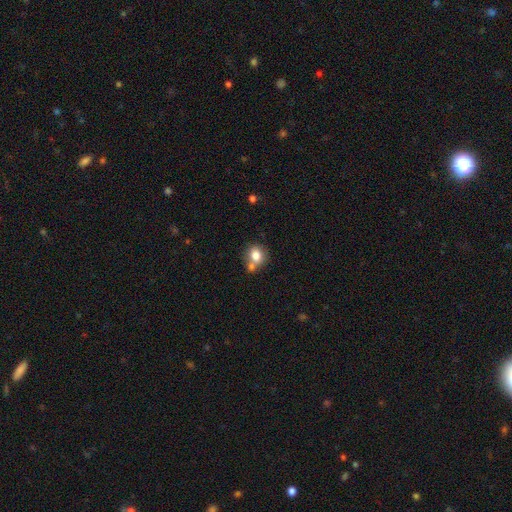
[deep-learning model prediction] Overall: smooth (79%). How rounded: round (68%; in between 31%). Merging: none (50%; merger 34%).